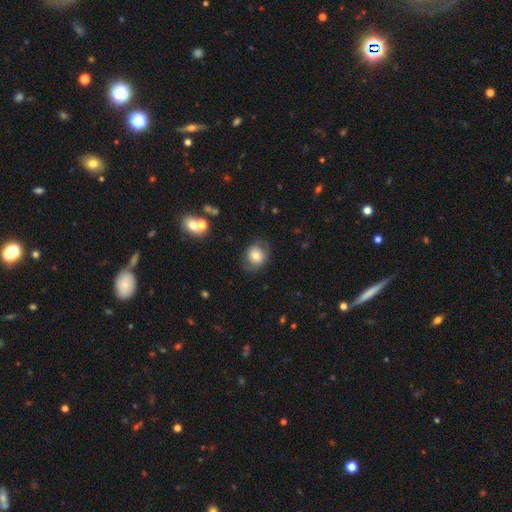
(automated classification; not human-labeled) This is likely a smooth galaxy (66%). How rounded: likely round (63%). Merging: likely none (70%).